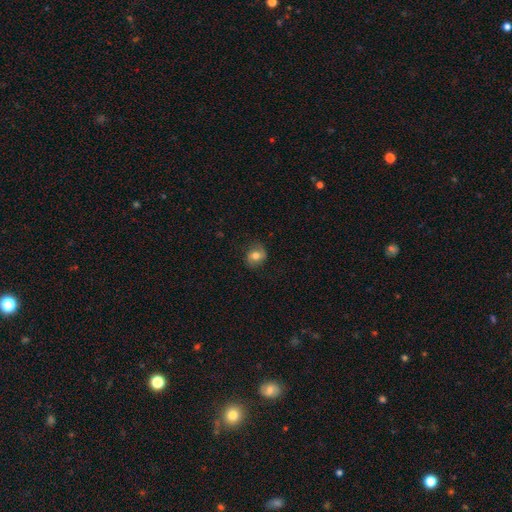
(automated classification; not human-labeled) Q: Smooth or featured?
A: smooth (67%); runner-up: featured or disk (23%)
Q: How rounded?
A: round (61%); runner-up: in between (38%)
Q: Merging?
A: none (77%); runner-up: minor disturbance (17%)